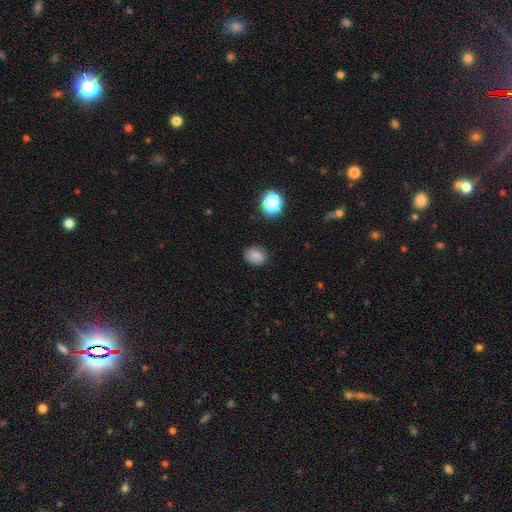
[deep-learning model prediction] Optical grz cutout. It shows a smooth galaxy with no disk features (81%) that is round (55%). Merging: none (81%).